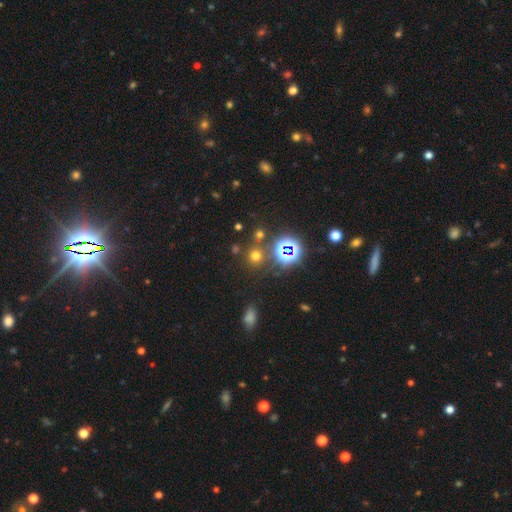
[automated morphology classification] Smooth or featured? smooth (57%)
How rounded? round (91%)
Merging? none (78%)